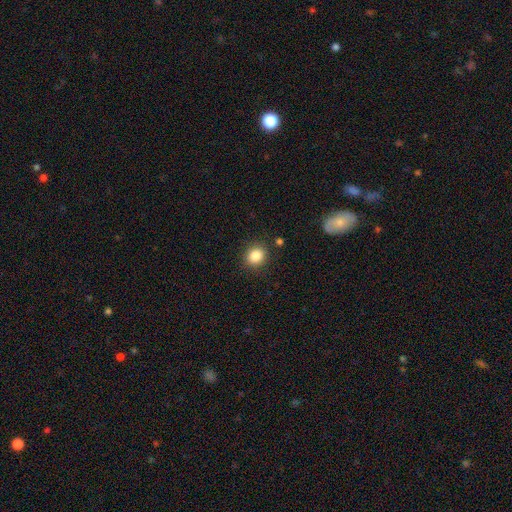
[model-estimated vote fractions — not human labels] smooth-or-featured: smooth: 85% | star or artifact: 10% | featured or disk: 5%
  how-rounded: round: 68% | in between: 31% | cigar-shaped: 1%
  merging: none: 87% | minor disturbance: 9% | major disturbance: 3% | merger: 2%